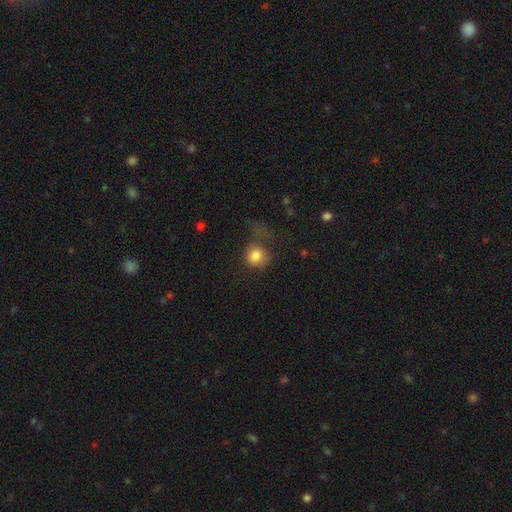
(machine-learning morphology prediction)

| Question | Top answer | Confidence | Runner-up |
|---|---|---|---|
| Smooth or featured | smooth | 81% | star or artifact (10%) |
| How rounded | round | 85% | in between (14%) |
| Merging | none | 44% | major disturbance (29%) |